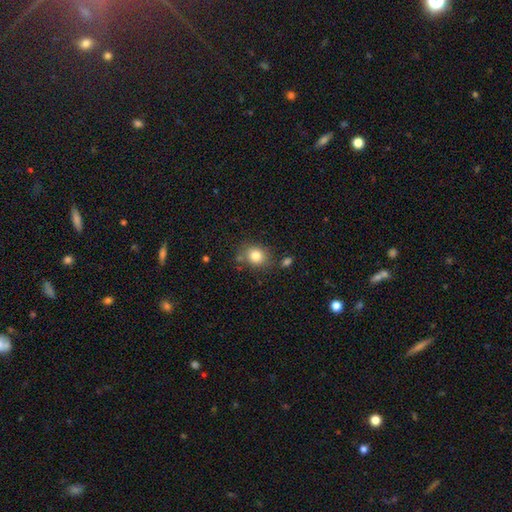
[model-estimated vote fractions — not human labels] Smooth or featured?
  - smooth: 81% *
  - star or artifact: 11%
  - featured or disk: 8%
How rounded?
  - round: 66% *
  - in between: 33%
  - cigar-shaped: 1%
Merging?
  - none: 75% *
  - minor disturbance: 14%
  - merger: 8%
  - major disturbance: 4%